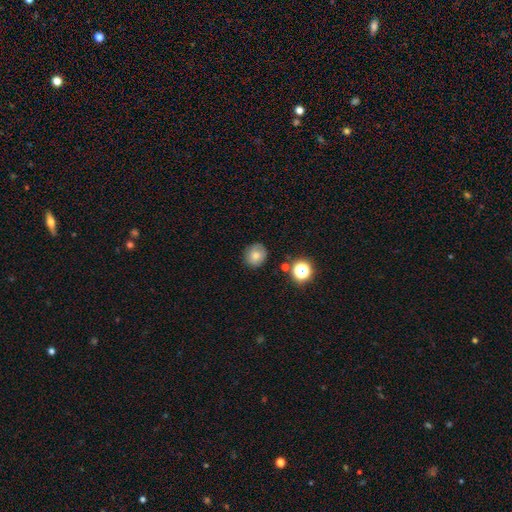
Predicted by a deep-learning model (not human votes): This is likely a smooth galaxy (76%). How rounded: clearly round (84%). Merging: clearly none (84%).